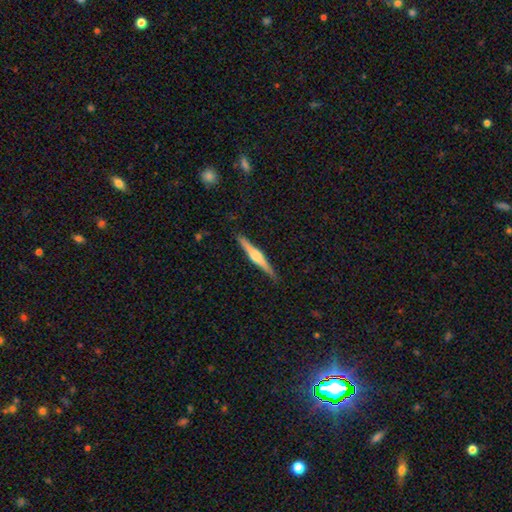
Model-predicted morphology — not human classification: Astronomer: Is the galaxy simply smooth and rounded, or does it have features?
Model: featured or disk — 70%.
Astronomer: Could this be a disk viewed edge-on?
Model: yes — 98%.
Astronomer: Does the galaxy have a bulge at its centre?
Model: rounded — 81%.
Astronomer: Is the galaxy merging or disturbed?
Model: none — 90%.